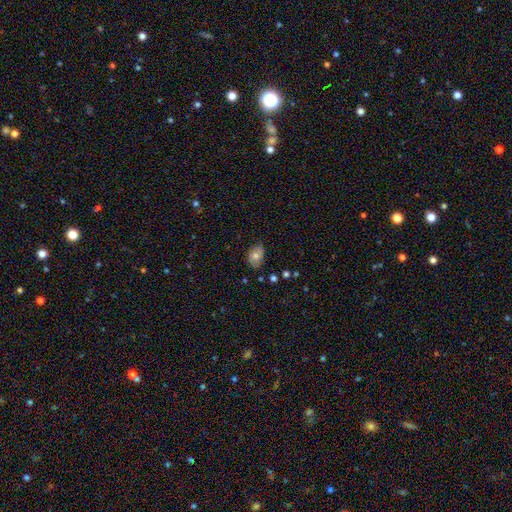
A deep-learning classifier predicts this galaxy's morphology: Q: Smooth or featured?
A: smooth (59%); runner-up: featured or disk (32%)
Q: How rounded?
A: in between (77%); runner-up: round (21%)
Q: Merging?
A: none (70%); runner-up: minor disturbance (24%)